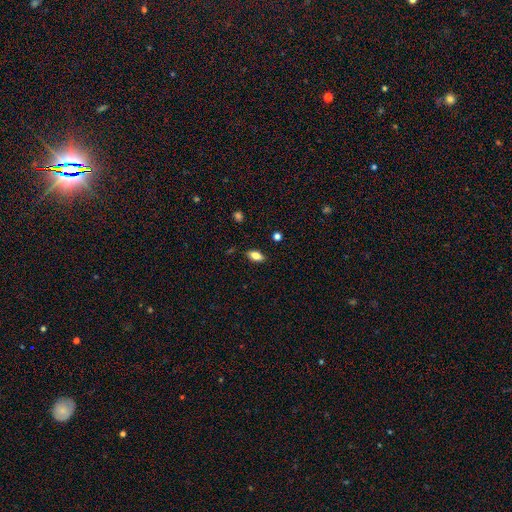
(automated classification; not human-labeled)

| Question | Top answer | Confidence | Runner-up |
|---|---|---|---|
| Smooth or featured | smooth | 81% | featured or disk (11%) |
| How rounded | in between | 89% | cigar-shaped (7%) |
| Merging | none | 86% | minor disturbance (11%) |